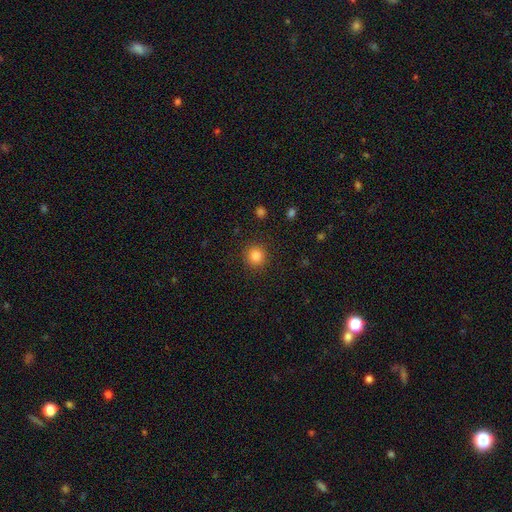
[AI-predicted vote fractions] Morphology: type=smooth (84%); roundness=round (93%); merging=none (90%).